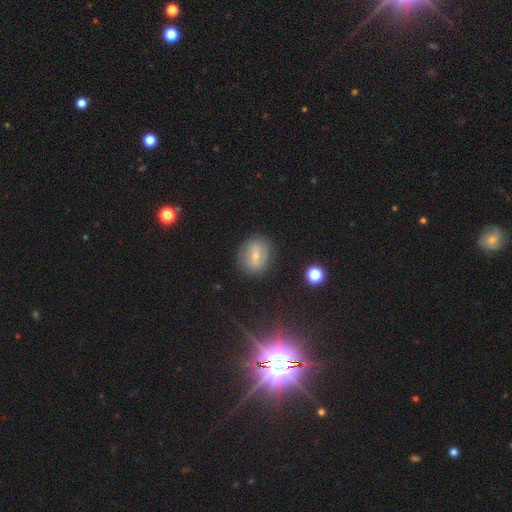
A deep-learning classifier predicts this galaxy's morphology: Smooth or featured: featured or disk — 48% (smooth — 41%)
Merging: none — 81% (minor disturbance — 13%)